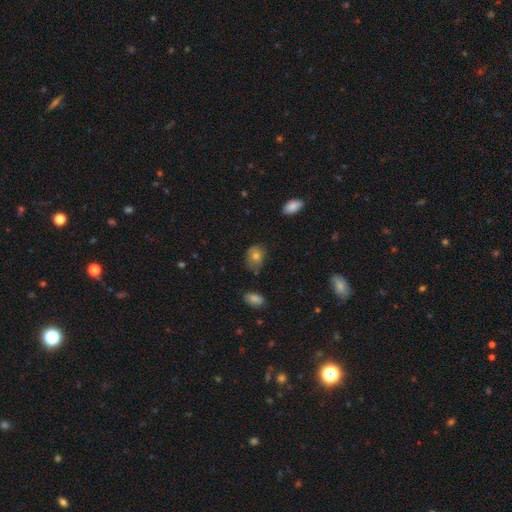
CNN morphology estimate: A smooth galaxy with no disk features (74%) that is in between round and cigar-shaped (68%).

Vote fractions:
- Smooth or featured? smooth: 74% / featured or disk: 16% / star or artifact: 10%
- How rounded? in between: 68% / round: 31% / cigar-shaped: 1%
- Merging? none: 55% / minor disturbance: 32% / major disturbance: 10% / merger: 3%